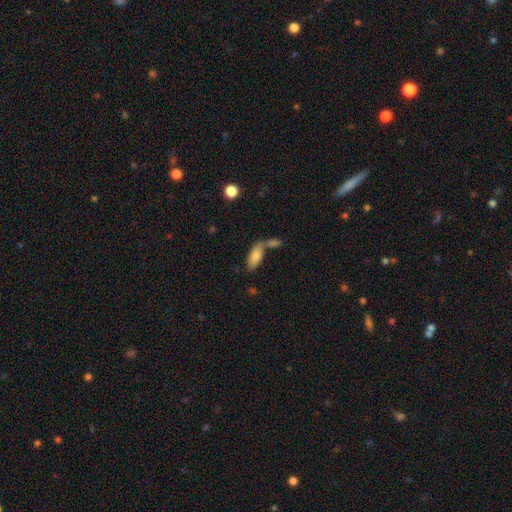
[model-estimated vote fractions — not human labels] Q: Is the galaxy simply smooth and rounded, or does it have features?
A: smooth — 78%.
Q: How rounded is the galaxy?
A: in between — 81%.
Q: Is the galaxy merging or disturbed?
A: merger — 45%.